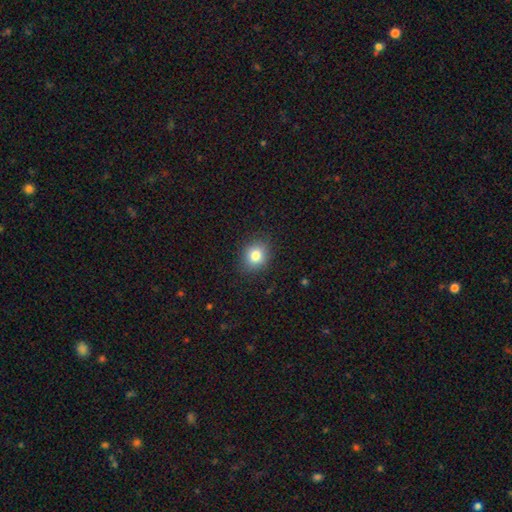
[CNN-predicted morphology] smooth_or_featured: smooth (p=0.81) [alt: star or artifact p=0.11]
how_rounded: round (p=0.71) [alt: in between p=0.28]
merging: none (p=0.88) [alt: minor disturbance p=0.09]